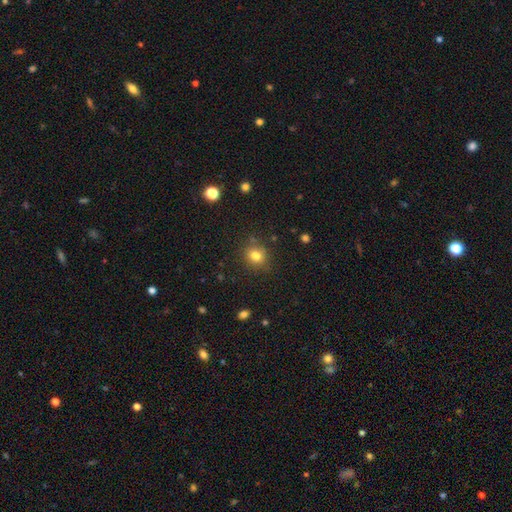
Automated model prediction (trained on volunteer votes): A smooth galaxy with no disk features (80%) that is round (77%). Merging: none (83%).